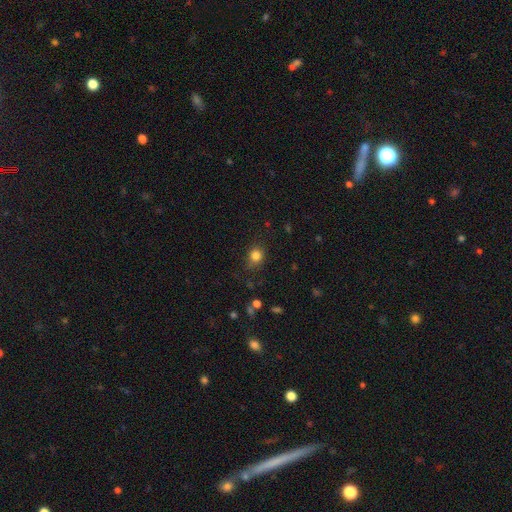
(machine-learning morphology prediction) smooth-or-featured: smooth: 83% | star or artifact: 12% | featured or disk: 5%
  how-rounded: round: 75% | in between: 25% | cigar-shaped: 1%
  merging: none: 78% | minor disturbance: 16% | major disturbance: 4% | merger: 2%